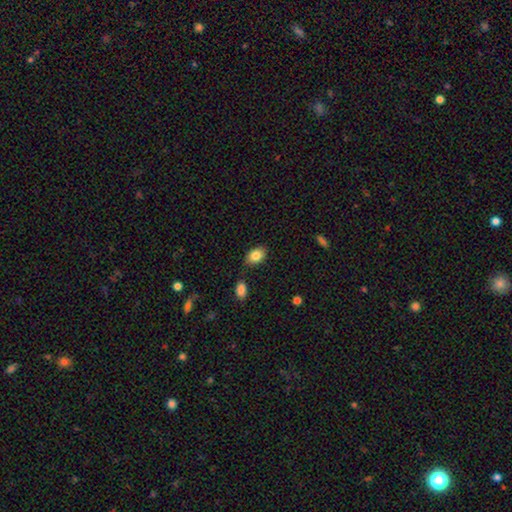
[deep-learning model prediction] A smooth galaxy with no disk features (85%) that is in between round and cigar-shaped (88%).

Vote fractions:
- Smooth or featured? smooth: 85% / featured or disk: 8% / star or artifact: 8%
- How rounded? in between: 88% / round: 11% / cigar-shaped: 1%
- Merging? none: 80% / minor disturbance: 13% / merger: 5% / major disturbance: 3%